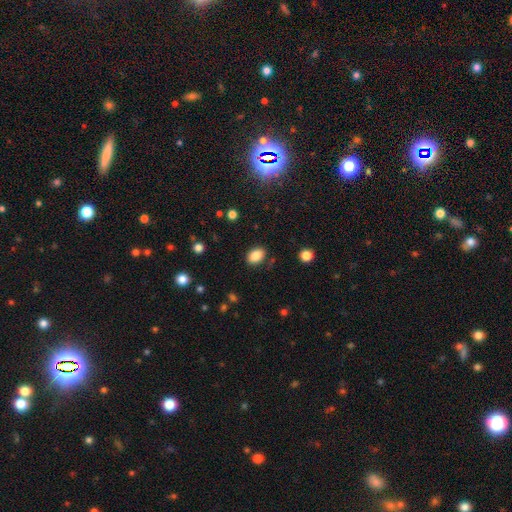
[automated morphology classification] type=smooth (85%); roundness=in between (83%); merging=none (84%).